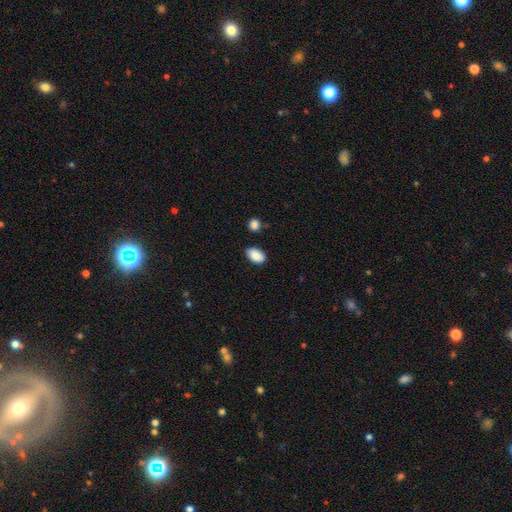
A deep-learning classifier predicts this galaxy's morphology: Smooth or featured: smooth — 88% (star or artifact — 7%)
How rounded: in between — 91% (round — 8%)
Merging: none — 82% (minor disturbance — 12%)